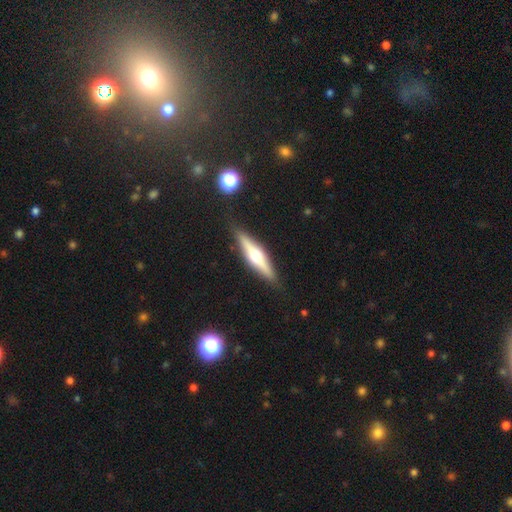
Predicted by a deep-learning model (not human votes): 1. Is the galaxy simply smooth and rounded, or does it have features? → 63% featured or disk, 31% smooth, 6% star or artifact.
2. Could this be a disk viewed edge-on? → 95% yes, 5% no.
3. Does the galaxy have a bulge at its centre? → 88% rounded, 7% boxy, 5% none.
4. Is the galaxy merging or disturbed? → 87% none, 9% minor disturbance, 2% major disturbance, 2% merger.